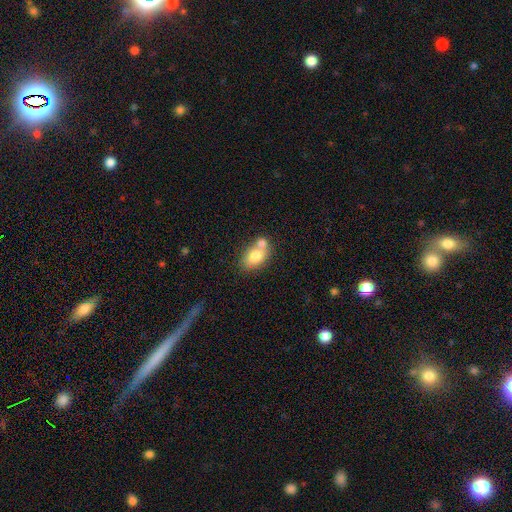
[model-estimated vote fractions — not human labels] Q: Smooth or featured?
A: smooth (75%); runner-up: featured or disk (17%)
Q: How rounded?
A: in between (80%); runner-up: round (18%)
Q: Merging?
A: merger (43%); runner-up: none (40%)